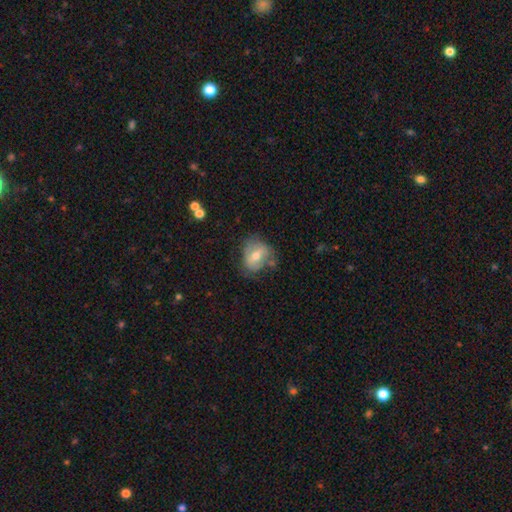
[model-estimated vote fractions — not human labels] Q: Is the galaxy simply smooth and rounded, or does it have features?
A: smooth — 57%.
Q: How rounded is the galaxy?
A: in between — 55%.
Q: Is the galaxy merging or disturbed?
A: none — 55%.